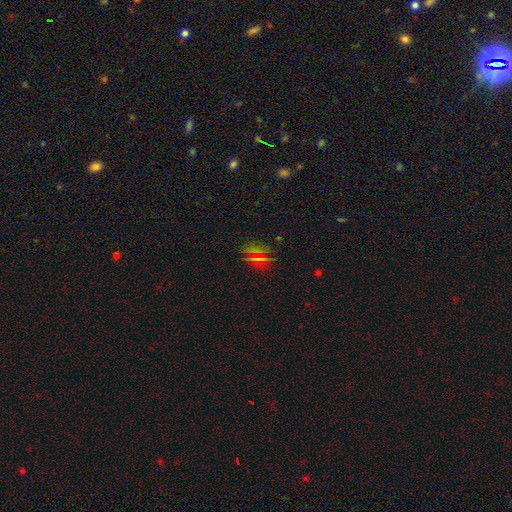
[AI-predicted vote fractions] smooth 47%, star or artifact 41%, featured or disk 12%. Down the decision tree: merging — none (84%).